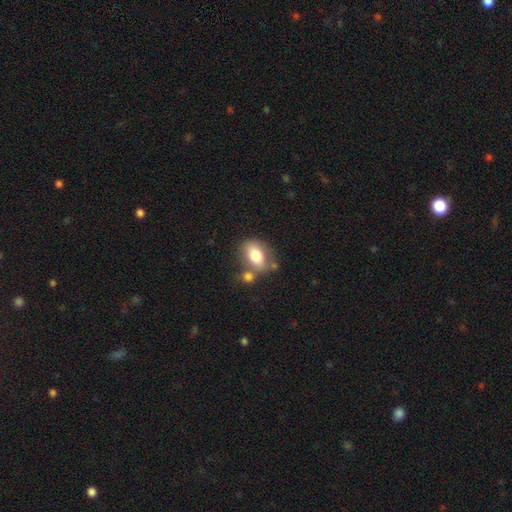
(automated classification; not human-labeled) Morphology: type=smooth (75%); roundness=in between (83%); merging=none (54%).